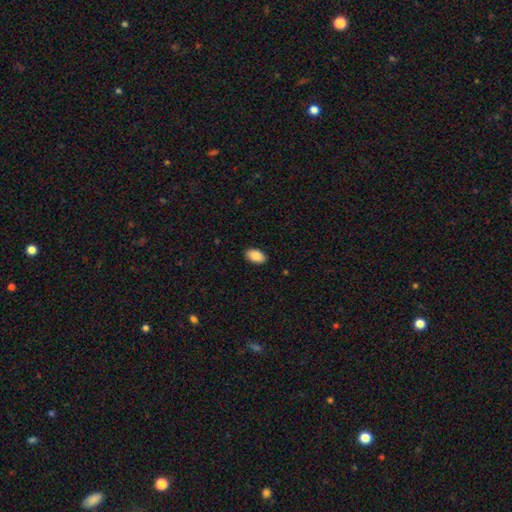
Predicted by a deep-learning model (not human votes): smooth-or-featured: smooth: 90% | star or artifact: 7% | featured or disk: 3%
  how-rounded: in between: 93% | round: 5% | cigar-shaped: 1%
  merging: none: 89% | minor disturbance: 8% | major disturbance: 2% | merger: 1%